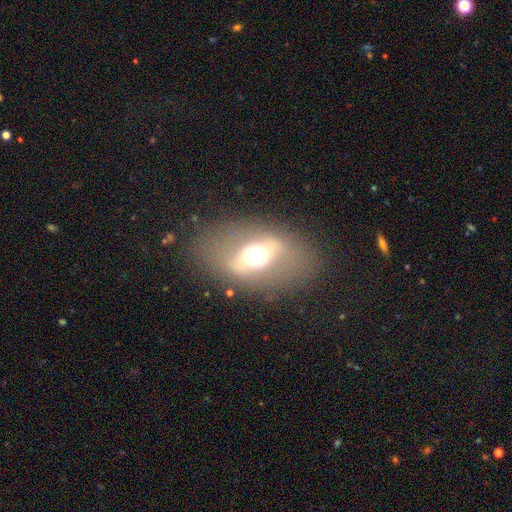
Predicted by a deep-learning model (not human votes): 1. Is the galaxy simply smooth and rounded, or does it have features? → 46% featured or disk, 39% smooth, 15% star or artifact.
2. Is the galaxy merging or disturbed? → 75% none, 13% minor disturbance, 11% major disturbance, 2% merger.